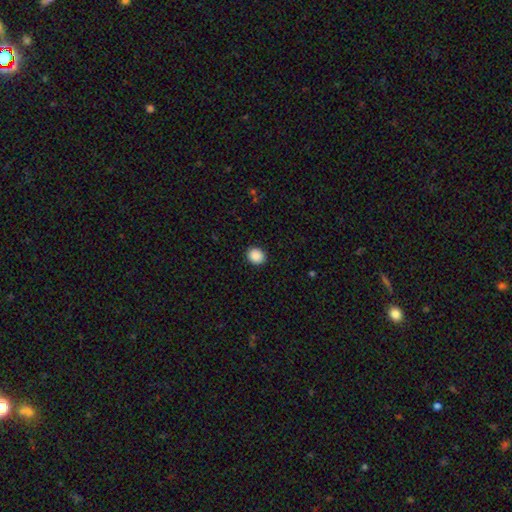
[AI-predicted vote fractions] smooth 89%, star or artifact 8%, featured or disk 2%. Down the decision tree: how rounded — round (69%); merging — none (91%).